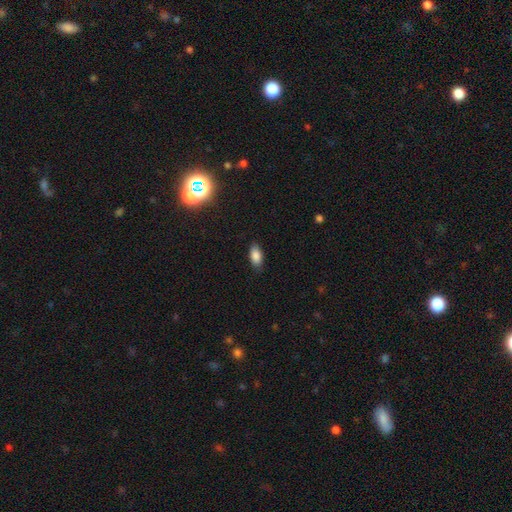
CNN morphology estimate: type=smooth (85%); roundness=in between (90%); merging=none (85%).